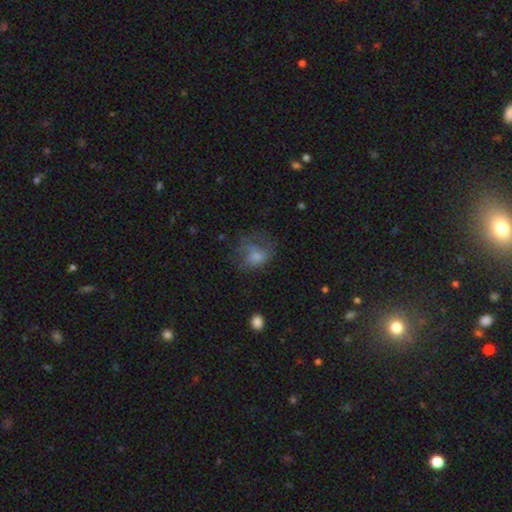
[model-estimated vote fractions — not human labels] The model was most divided on "merging": major disturbance: 39%, none: 35%, minor disturbance: 24%, merger: 3%. More confident: smooth or featured — smooth (61%); how rounded — in between (53%).